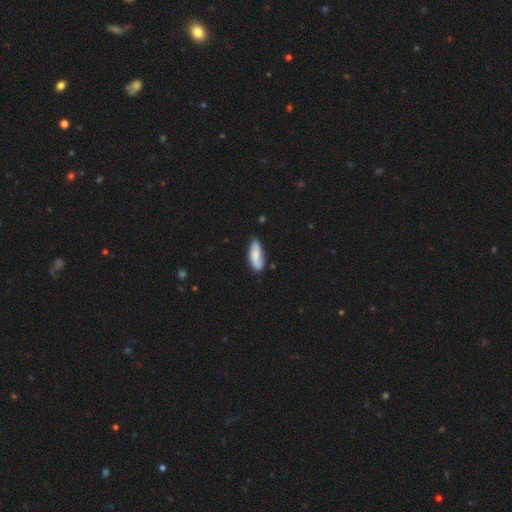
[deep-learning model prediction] This appears to be a smooth galaxy with no disk features (65%) that is in between round and cigar-shaped (72%). Merging: none (71%).